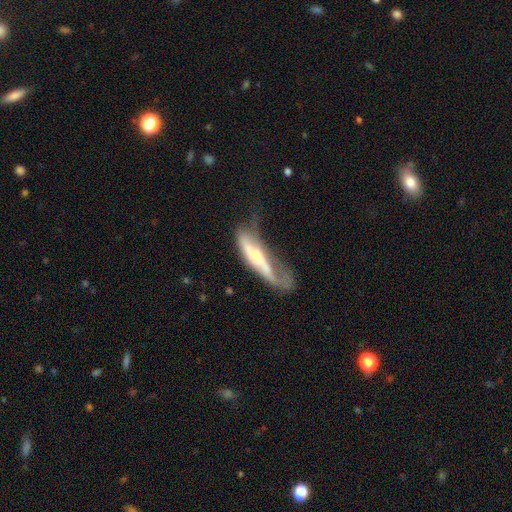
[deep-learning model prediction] smooth-or-featured: featured or disk: 56% | smooth: 38% | star or artifact: 6%
  disk-edge-on: no: 52% | yes: 48%
  merging: major disturbance: 41% | none: 26% | minor disturbance: 25% | merger: 8%